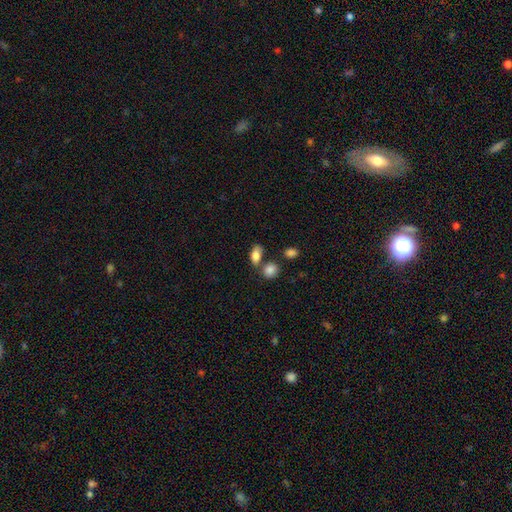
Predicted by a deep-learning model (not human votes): A smooth galaxy with no disk features (82%) that is in between round and cigar-shaped (84%). Merging: none (58%).